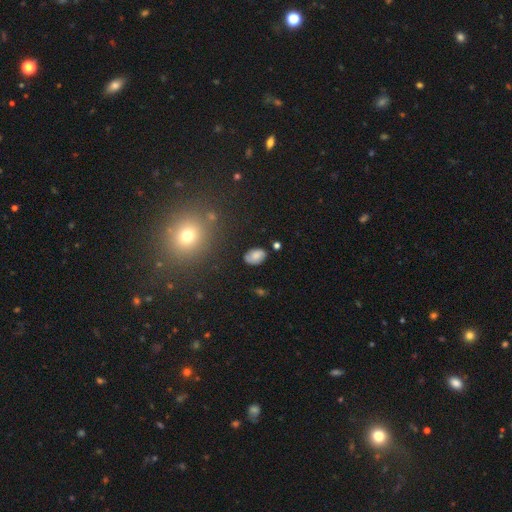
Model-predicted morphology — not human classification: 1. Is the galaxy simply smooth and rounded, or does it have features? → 74% smooth, 15% featured or disk, 10% star or artifact.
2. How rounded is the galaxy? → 85% in between, 13% round, 1% cigar-shaped.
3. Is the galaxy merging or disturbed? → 75% none, 18% minor disturbance, 5% major disturbance, 3% merger.